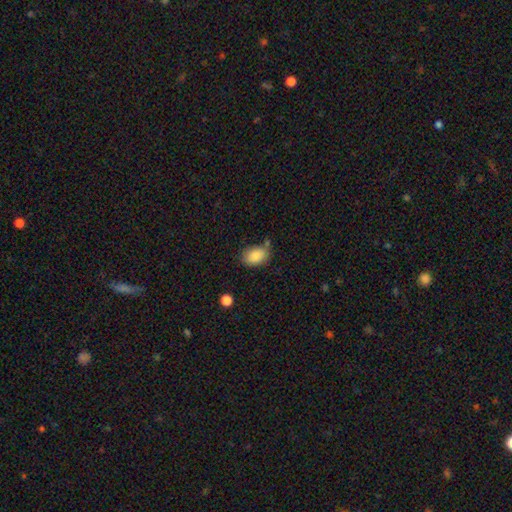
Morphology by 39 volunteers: Smooth or featured? smooth (87%)
How rounded? in between (88%)
Merging? minor disturbance (49%)